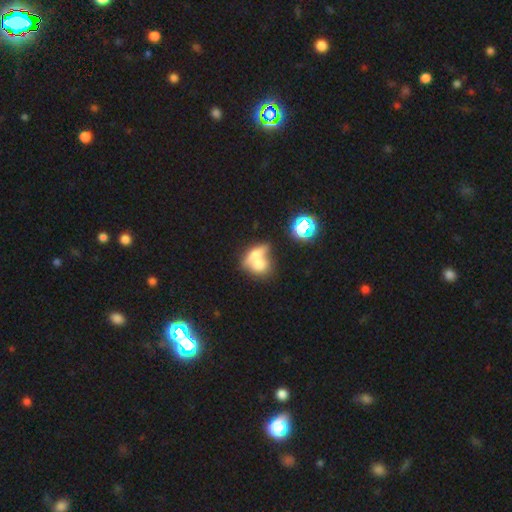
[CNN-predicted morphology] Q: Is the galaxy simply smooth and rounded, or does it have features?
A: smooth — 61%.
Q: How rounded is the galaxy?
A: in between — 57%.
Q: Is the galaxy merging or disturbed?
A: merger — 68%.